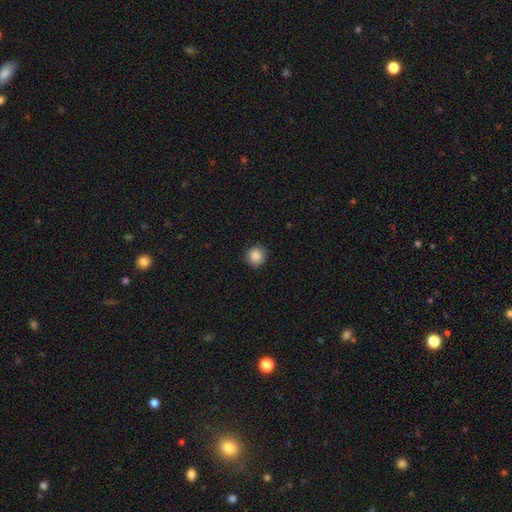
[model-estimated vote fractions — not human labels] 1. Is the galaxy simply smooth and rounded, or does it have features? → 88% smooth, 9% star or artifact, 3% featured or disk.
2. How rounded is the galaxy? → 93% round, 6% in between, 1% cigar-shaped.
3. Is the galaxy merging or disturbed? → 89% none, 8% minor disturbance, 2% major disturbance, 1% merger.